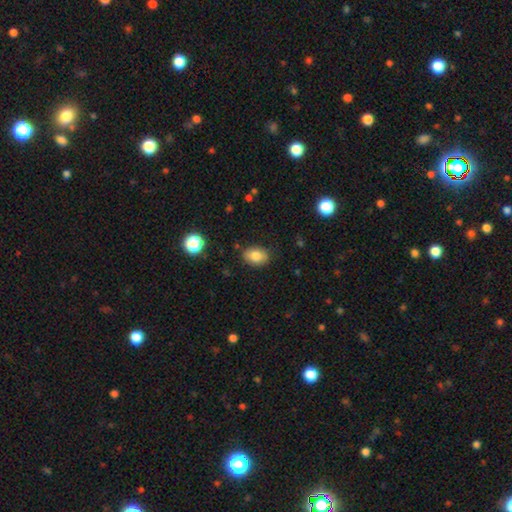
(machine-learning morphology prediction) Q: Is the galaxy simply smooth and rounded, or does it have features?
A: smooth — 82%.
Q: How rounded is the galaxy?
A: in between — 71%.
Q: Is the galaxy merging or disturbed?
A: none — 83%.